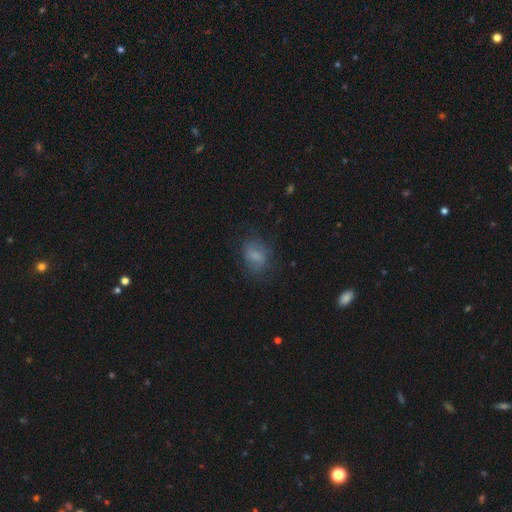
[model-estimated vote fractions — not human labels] smooth 69%, featured or disk 19%, star or artifact 12%. Down the decision tree: how rounded — in between (69%); merging — none (64%).